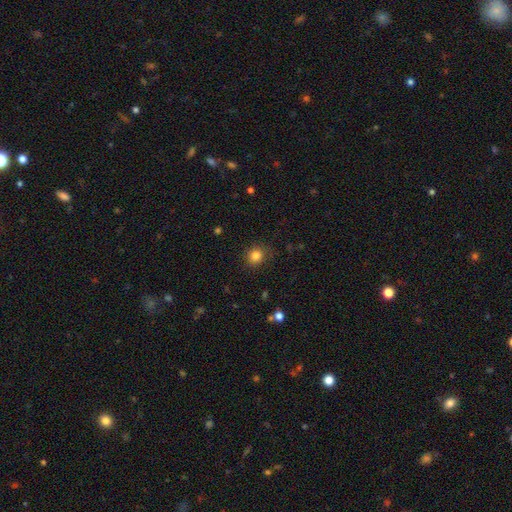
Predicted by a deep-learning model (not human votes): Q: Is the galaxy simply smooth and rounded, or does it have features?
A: smooth — 82%.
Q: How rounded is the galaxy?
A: round — 85%.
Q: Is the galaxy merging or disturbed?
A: none — 86%.